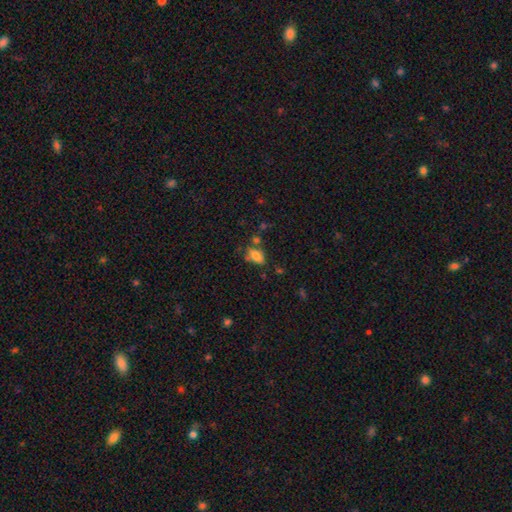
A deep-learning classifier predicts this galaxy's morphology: Smooth or featured?
  - smooth: 73% *
  - featured or disk: 14%
  - star or artifact: 13%
How rounded?
  - in between: 83% *
  - round: 14%
  - cigar-shaped: 3%
Merging?
  - none: 45% *
  - minor disturbance: 24%
  - merger: 19%
  - major disturbance: 12%